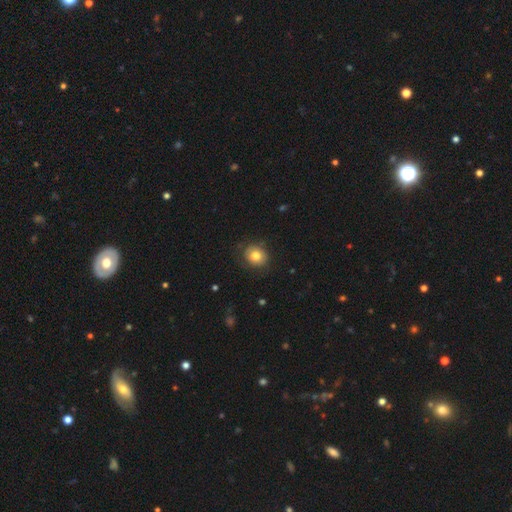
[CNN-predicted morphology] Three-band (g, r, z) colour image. It shows a smooth galaxy with no disk features (75%) that is round (73%). Merging: none (74%).